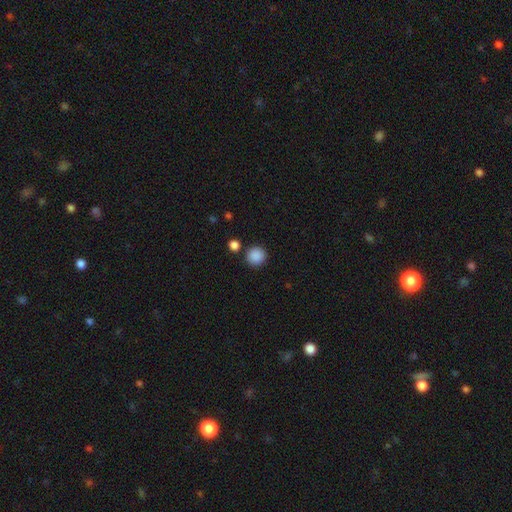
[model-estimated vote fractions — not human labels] Smooth or featured: smooth — 88% (star or artifact — 9%)
How rounded: round — 94% (in between — 6%)
Merging: none — 86% (minor disturbance — 7%)